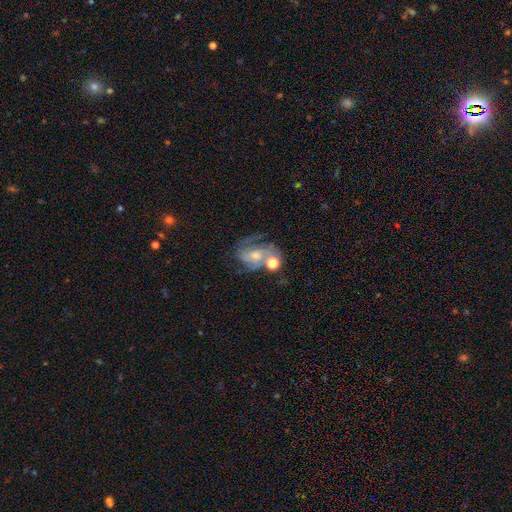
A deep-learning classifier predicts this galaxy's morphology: The model was most divided on "bulge size": moderate: 44%, small: 41%, none: 7%, large: 6%, dominant: 2%. Remaining: edge-on disk — no (97%); spiral arms — yes (87%); smooth or featured — featured or disk (70%); bar — no (59%); spiral arm count — 2 (57%); spiral winding — medium (47%); merging — none (39%).